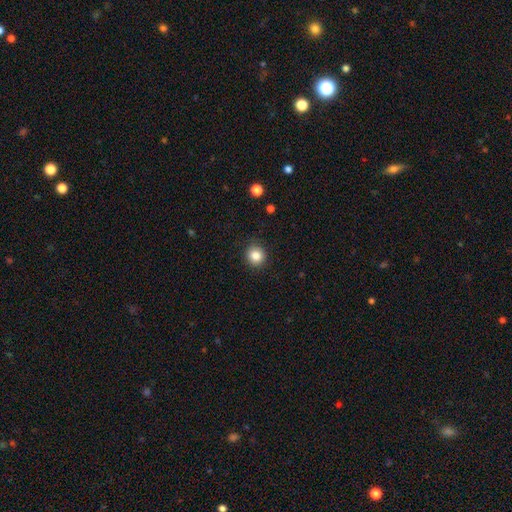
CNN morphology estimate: smooth_or_featured: smooth (p=0.84) [alt: star or artifact p=0.11]
how_rounded: round (p=0.91) [alt: in between p=0.08]
merging: none (p=0.90) [alt: minor disturbance p=0.07]